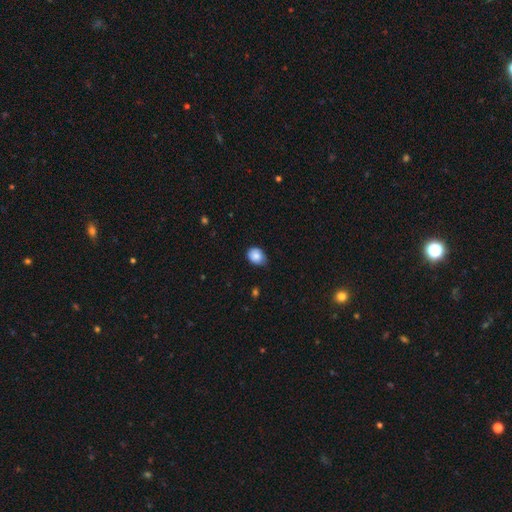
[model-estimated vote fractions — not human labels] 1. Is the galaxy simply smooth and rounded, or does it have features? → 85% smooth, 8% star or artifact, 6% featured or disk.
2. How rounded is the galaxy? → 53% in between, 46% round, 1% cigar-shaped.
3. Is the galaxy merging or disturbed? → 66% none, 29% minor disturbance, 4% major disturbance, 1% merger.